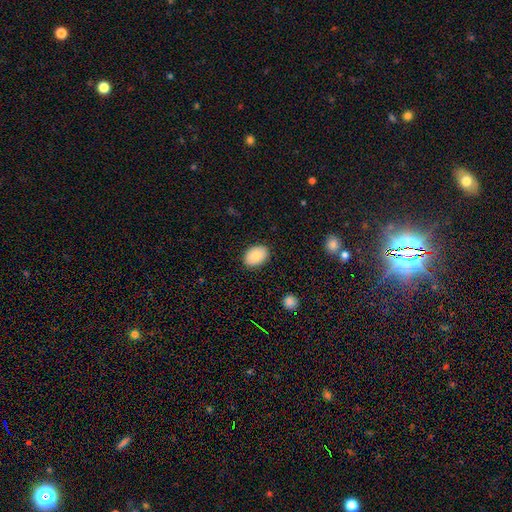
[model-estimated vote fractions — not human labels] Smooth or featured? Predicted: smooth (p=0.84). How rounded? Predicted: in between (p=0.84). Merging? Predicted: none (p=0.87).